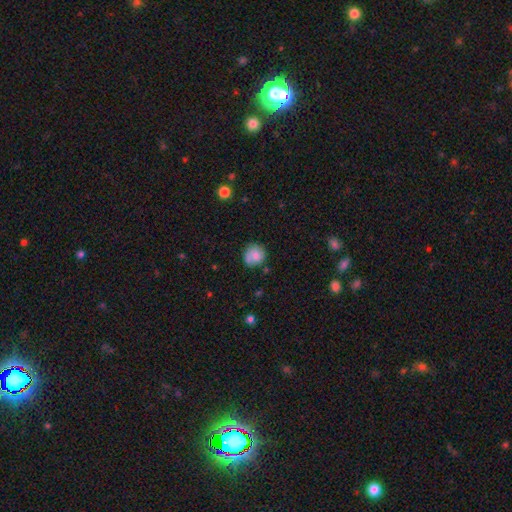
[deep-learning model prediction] Smooth or featured? Predicted: smooth (p=0.66). How rounded? Predicted: round (p=0.82). Merging? Predicted: none (p=0.67).